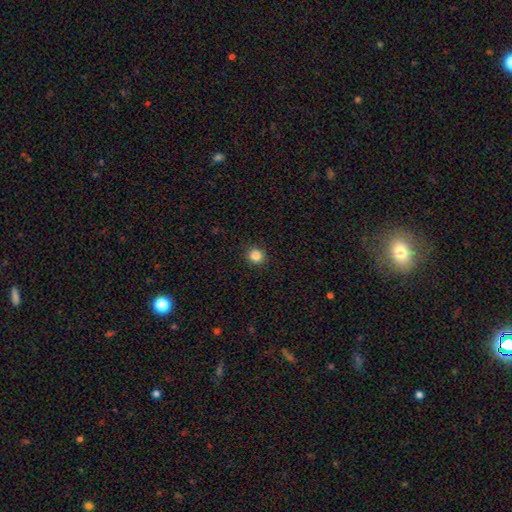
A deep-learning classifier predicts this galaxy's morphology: Smooth or featured? Predicted: smooth (p=0.84). How rounded? Predicted: round (p=0.91). Merging? Predicted: none (p=0.93).